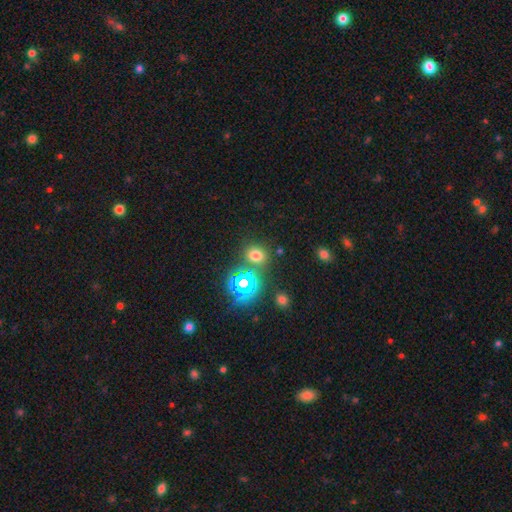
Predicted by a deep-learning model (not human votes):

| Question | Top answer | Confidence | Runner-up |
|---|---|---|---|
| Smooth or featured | smooth | 64% | star or artifact (29%) |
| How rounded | round | 77% | in between (22%) |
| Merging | none | 78% | merger (10%) |